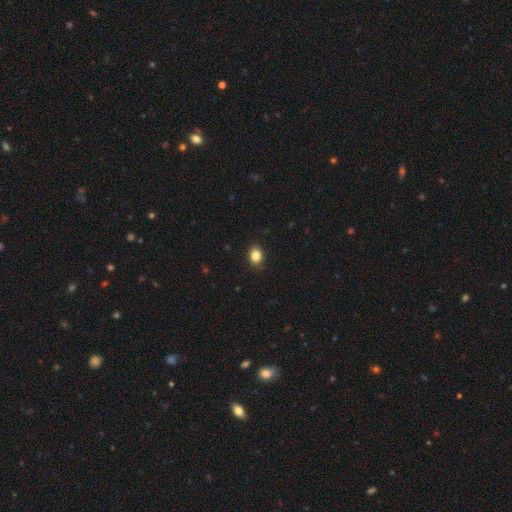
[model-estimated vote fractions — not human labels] A smooth galaxy with no disk features (85%) that is in between round and cigar-shaped (57%). Merging: none (85%).